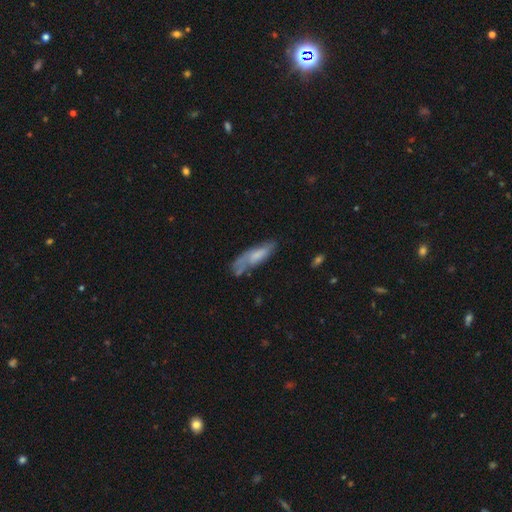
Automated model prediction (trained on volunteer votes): This is possibly a smooth galaxy (58%). How rounded: possibly cigar-shaped (53%). Merging: possibly none (49%).